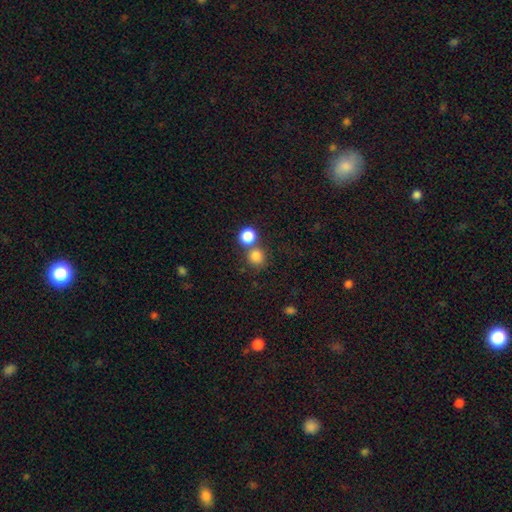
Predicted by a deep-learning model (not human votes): smooth-or-featured: smooth: 82% | star or artifact: 12% | featured or disk: 6%
  how-rounded: round: 88% | in between: 11% | cigar-shaped: 1%
  merging: none: 56% | merger: 34% | minor disturbance: 7% | major disturbance: 3%